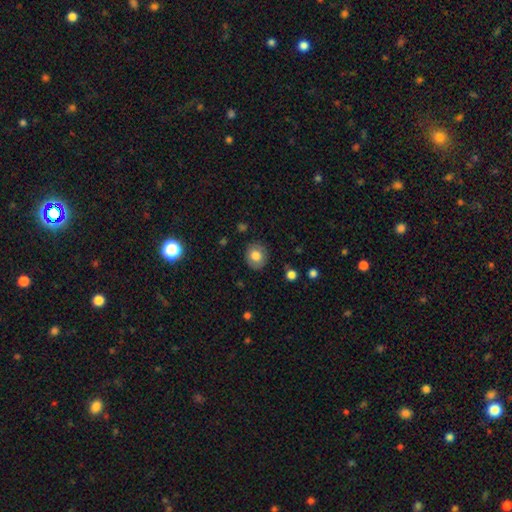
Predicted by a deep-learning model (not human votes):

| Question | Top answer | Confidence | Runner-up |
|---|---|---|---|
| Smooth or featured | smooth | 77% | featured or disk (14%) |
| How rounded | round | 78% | in between (21%) |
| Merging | none | 86% | minor disturbance (10%) |